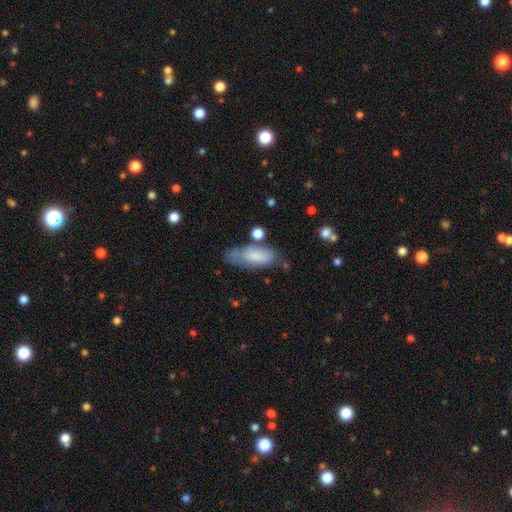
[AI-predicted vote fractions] A smooth galaxy with no disk features (76%) that is in between round and cigar-shaped (79%).

Vote fractions:
- Smooth or featured? smooth: 76% / featured or disk: 18% / star or artifact: 7%
- How rounded? in between: 79% / cigar-shaped: 18% / round: 2%
- Merging? none: 54% / minor disturbance: 27% / major disturbance: 10% / merger: 8%